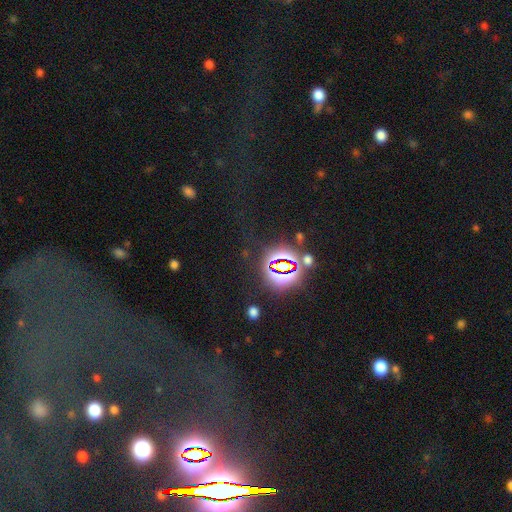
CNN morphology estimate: Smooth or featured: star or artifact — 76% (smooth — 13%)